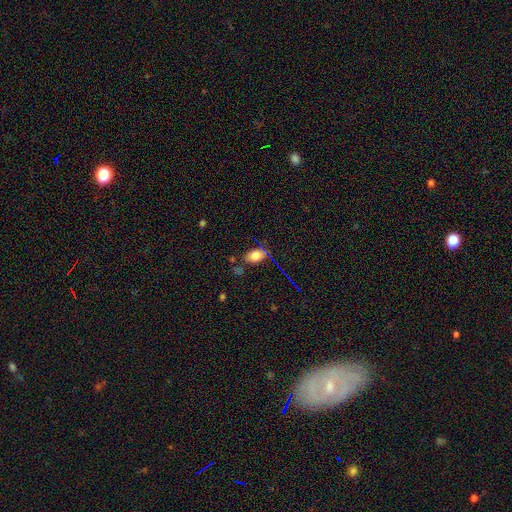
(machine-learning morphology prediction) smooth-or-featured: smooth: 77% | star or artifact: 13% | featured or disk: 10%
  how-rounded: in between: 84% | round: 14% | cigar-shaped: 2%
  merging: none: 65% | minor disturbance: 19% | merger: 8% | major disturbance: 7%